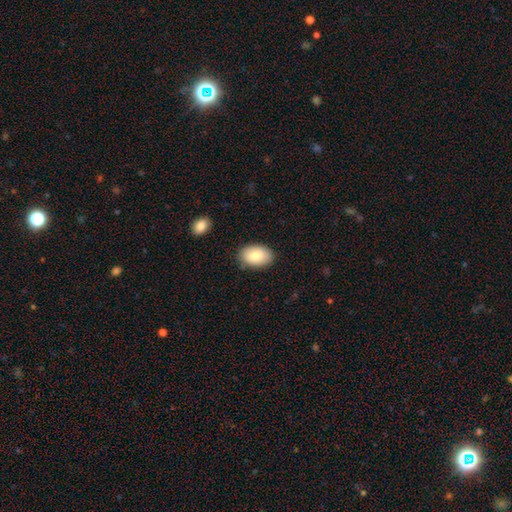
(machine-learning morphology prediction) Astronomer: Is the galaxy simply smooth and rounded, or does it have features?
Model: smooth — 81%.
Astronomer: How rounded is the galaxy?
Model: in between — 89%.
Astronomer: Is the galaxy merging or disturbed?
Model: none — 85%.